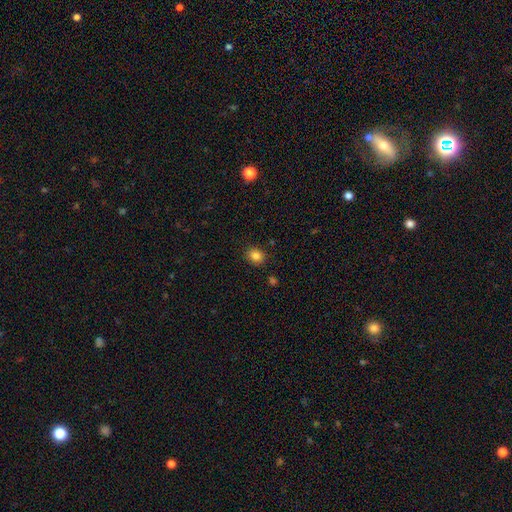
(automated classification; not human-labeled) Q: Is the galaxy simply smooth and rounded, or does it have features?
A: smooth — 84%.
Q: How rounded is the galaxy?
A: round — 64%.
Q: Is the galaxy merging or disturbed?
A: none — 88%.